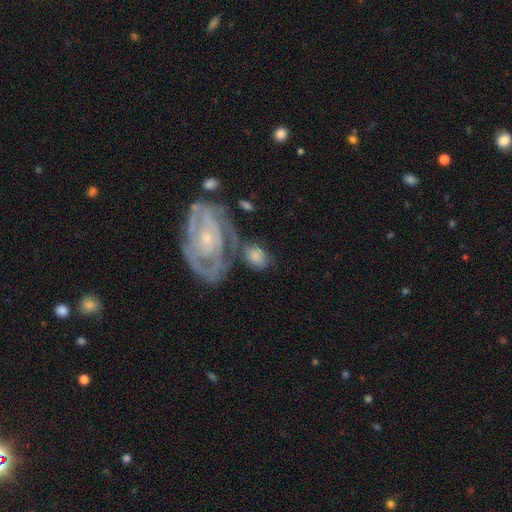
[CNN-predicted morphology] A smooth galaxy with no disk features (50%) that is in between round and cigar-shaped (69%). Merging: none (43%).